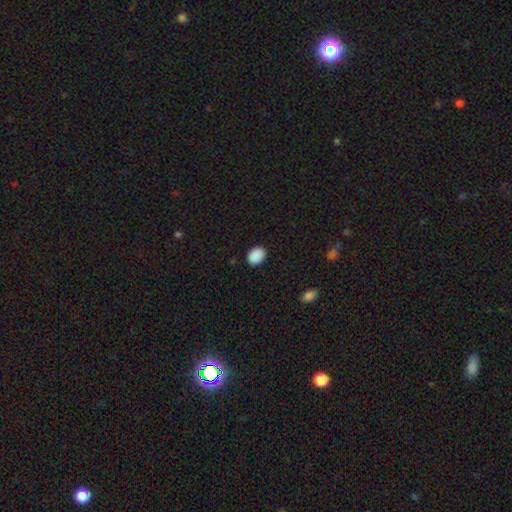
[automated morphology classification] This appears to be a smooth galaxy with no disk features (90%) that is in between round and cigar-shaped (58%). Merging: none (89%).